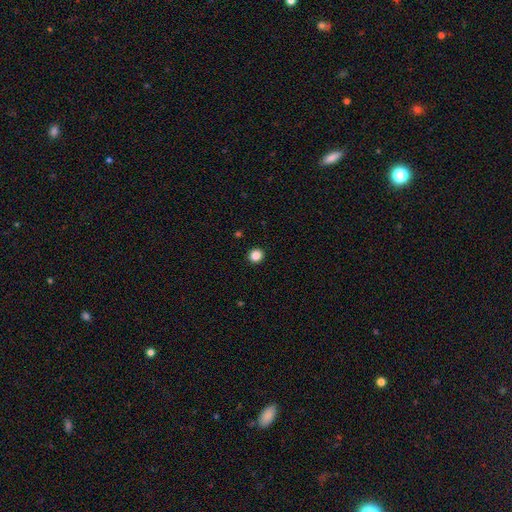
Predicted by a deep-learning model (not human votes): Smooth or featured: smooth — 86% (star or artifact — 11%)
How rounded: round — 91% (in between — 8%)
Merging: none — 93% (minor disturbance — 4%)